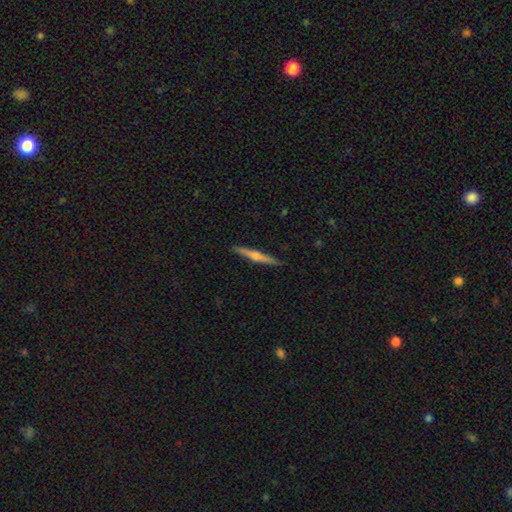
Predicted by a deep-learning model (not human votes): featured or disk 63%, smooth 31%, star or artifact 6%. Down the decision tree: edge-on disk — yes (98%); edge-on bulge — rounded (79%); merging — none (91%).